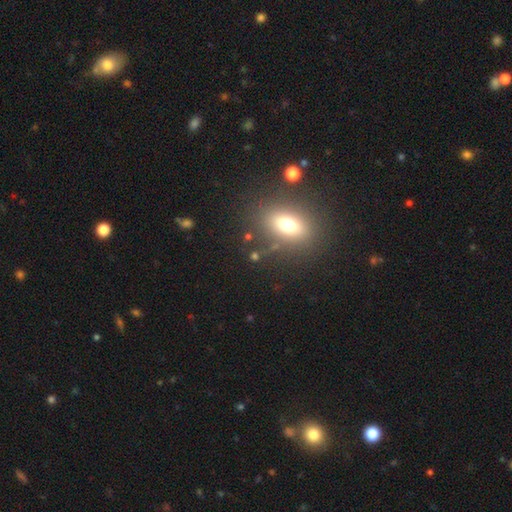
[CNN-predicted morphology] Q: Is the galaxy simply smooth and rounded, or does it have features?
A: smooth — 66%.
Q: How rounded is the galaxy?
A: in between — 66%.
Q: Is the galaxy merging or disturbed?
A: none — 80%.